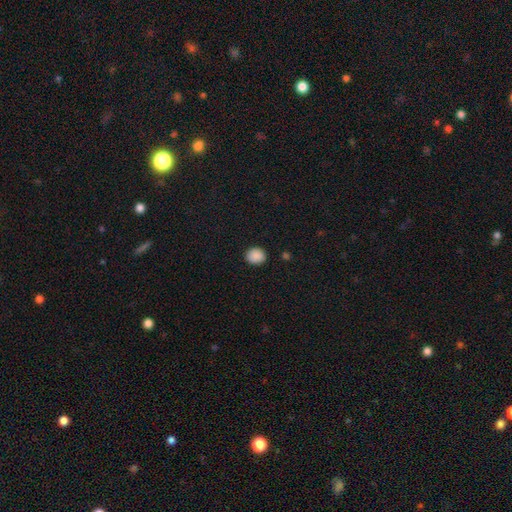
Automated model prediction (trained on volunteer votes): Smooth or featured? smooth (89%)
How rounded? round (75%)
Merging? none (90%)